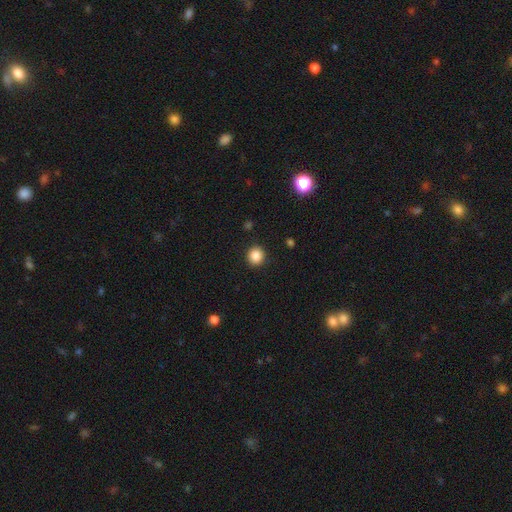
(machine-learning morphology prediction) This appears to be a smooth galaxy with no disk features (86%) that is round (90%). Merging: none (91%).